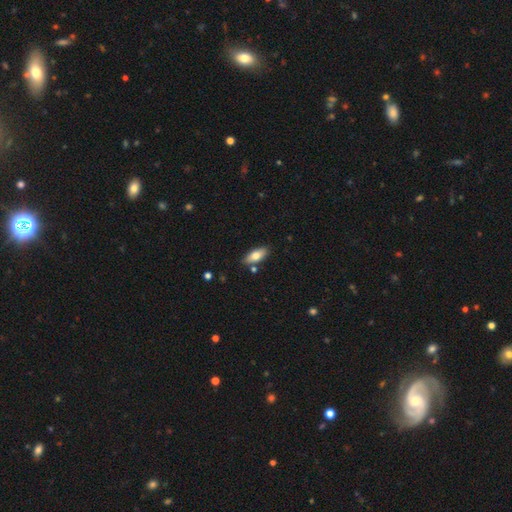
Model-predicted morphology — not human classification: This is likely a smooth galaxy (73%). How rounded: likely in between (79%). Merging: clearly none (82%).